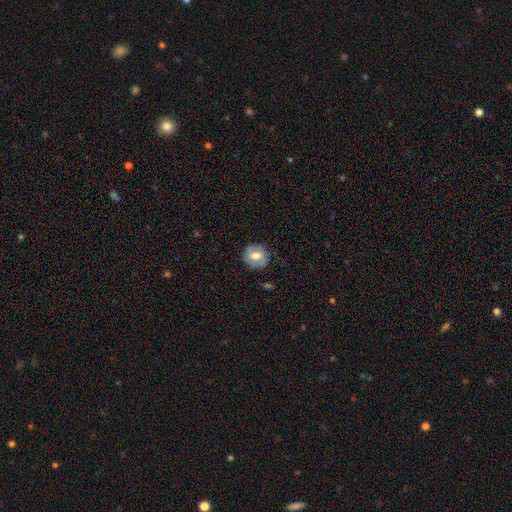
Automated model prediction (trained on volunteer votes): This appears to be a smooth galaxy with no disk features (65%) that is round (84%). Merging: none (82%).